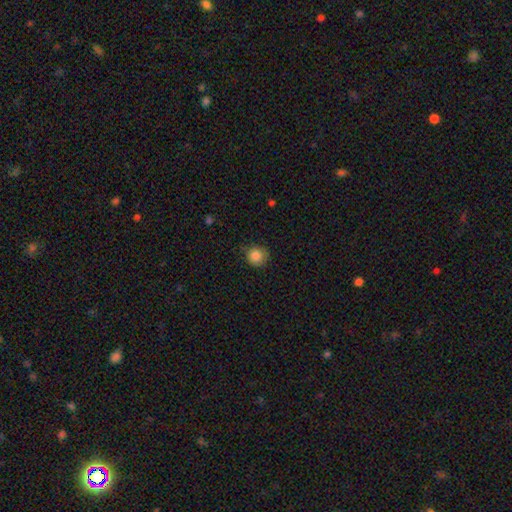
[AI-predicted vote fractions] smooth 85%, star or artifact 10%, featured or disk 6%. Down the decision tree: how rounded — round (91%); merging — none (81%).